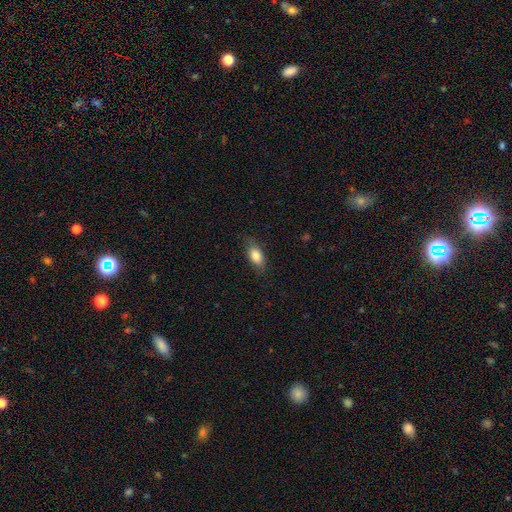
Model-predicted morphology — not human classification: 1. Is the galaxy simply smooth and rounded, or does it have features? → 82% smooth, 11% featured or disk, 7% star or artifact.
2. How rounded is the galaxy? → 87% in between, 7% cigar-shaped, 6% round.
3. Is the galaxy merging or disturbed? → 77% none, 17% minor disturbance, 4% major disturbance, 1% merger.